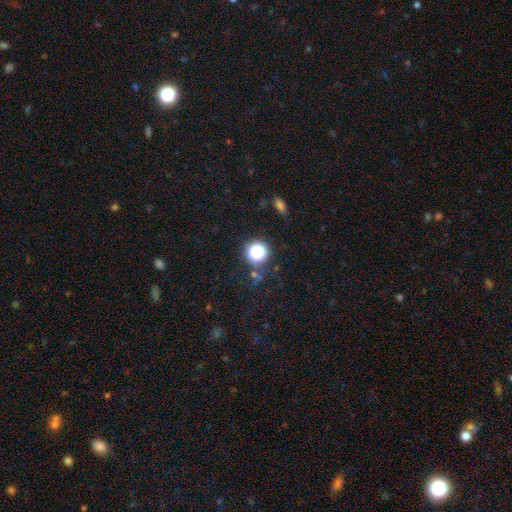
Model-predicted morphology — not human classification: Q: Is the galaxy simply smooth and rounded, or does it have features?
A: star or artifact — 56%.